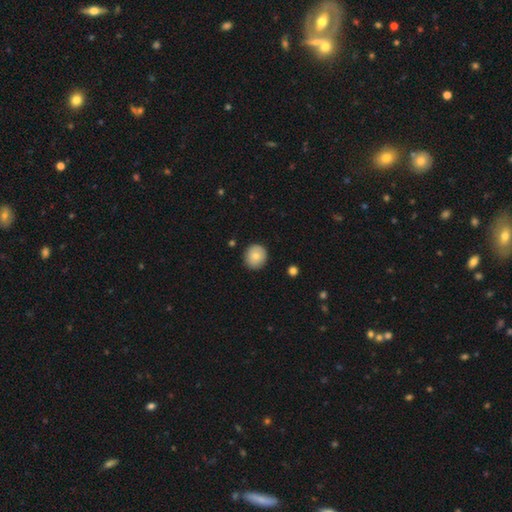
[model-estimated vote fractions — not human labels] This is likely a smooth galaxy (79%). How rounded: clearly round (88%). Merging: clearly none (89%).